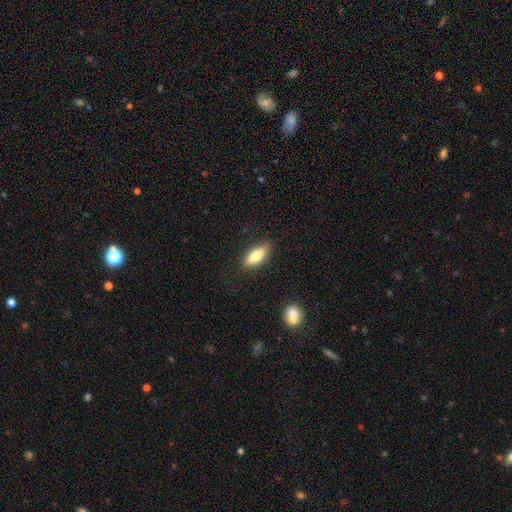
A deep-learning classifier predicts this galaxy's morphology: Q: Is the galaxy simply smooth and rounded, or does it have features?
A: smooth — 79%.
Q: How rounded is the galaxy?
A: in between — 73%.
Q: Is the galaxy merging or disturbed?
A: none — 81%.